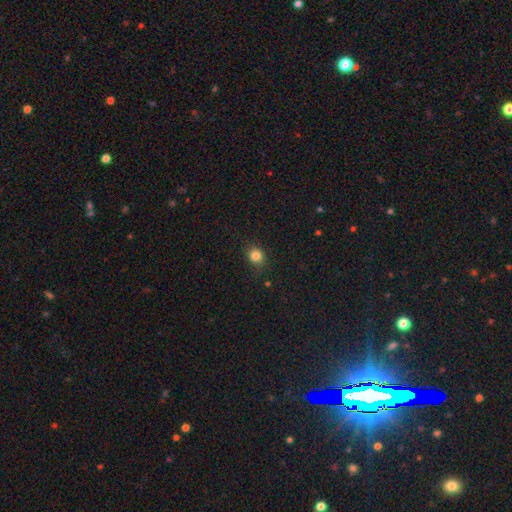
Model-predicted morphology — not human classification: smooth 83%, star or artifact 12%, featured or disk 5%. Down the decision tree: how rounded — round (76%); merging — none (84%).